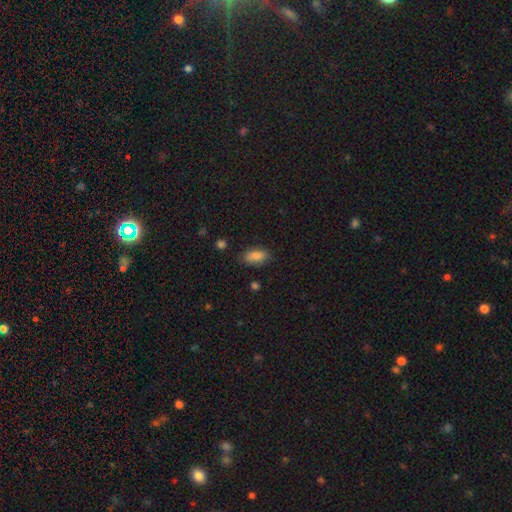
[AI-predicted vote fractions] A smooth galaxy with no disk features (84%) that is in between round and cigar-shaped (89%). Merging: none (80%).